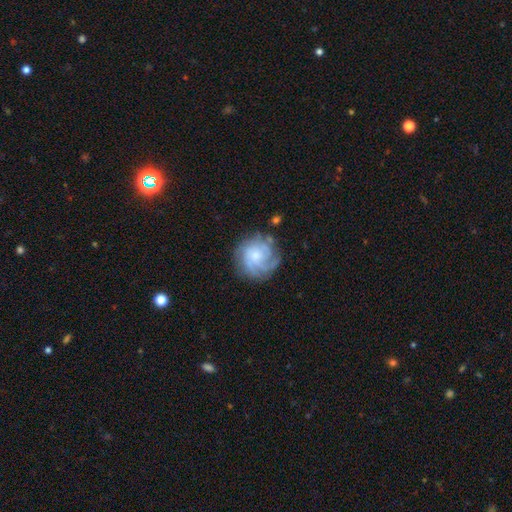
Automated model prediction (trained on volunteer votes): A featured or disk galaxy (72%) with no bar (76%), tight (58%) spiral arms (92%) and a small central bulge (48%). Merging: none (72%).